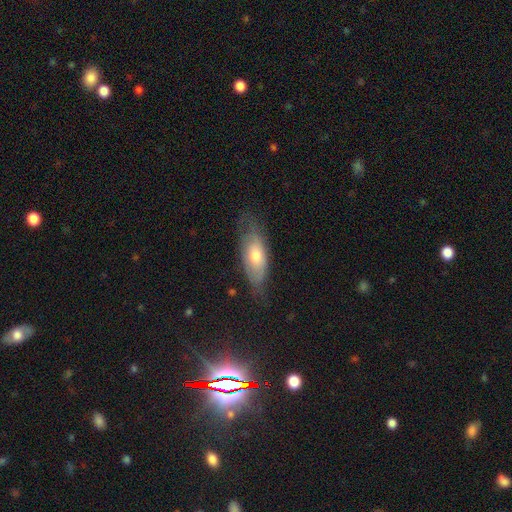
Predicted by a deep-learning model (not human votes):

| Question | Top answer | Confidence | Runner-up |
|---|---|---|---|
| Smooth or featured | smooth | 53% | featured or disk (39%) |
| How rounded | in between | 78% | cigar-shaped (19%) |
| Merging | none | 62% | minor disturbance (27%) |